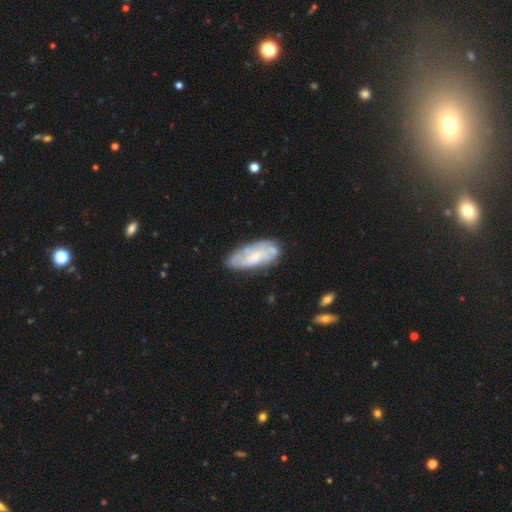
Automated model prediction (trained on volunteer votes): This is possibly a featured or disk galaxy (57%). It is clearly not viewed edge-on (91%). Bar: likely no (65%). Spiral arm pattern: likely yes (73%). Central bulge: possibly small (48%). Merging: likely none (68%).